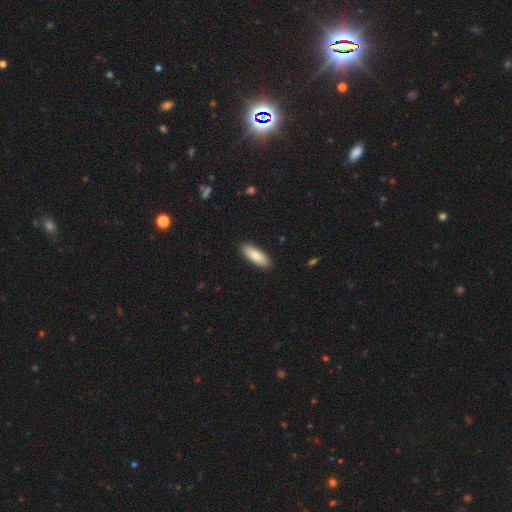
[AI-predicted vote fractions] Morphology: type=smooth (81%); roundness=in between (59%); merging=none (90%).